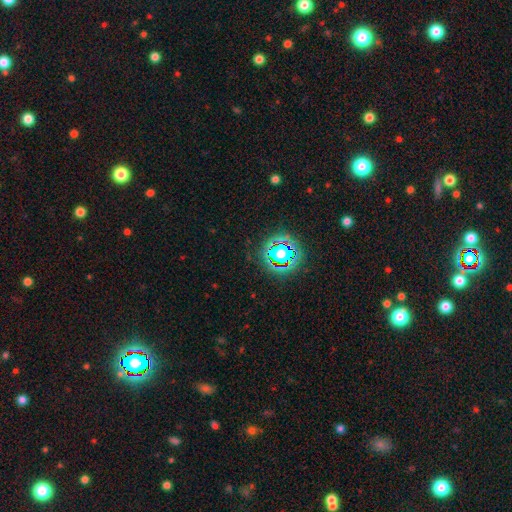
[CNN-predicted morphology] smooth_or_featured: star or artifact (p=0.76) [alt: smooth p=0.15]